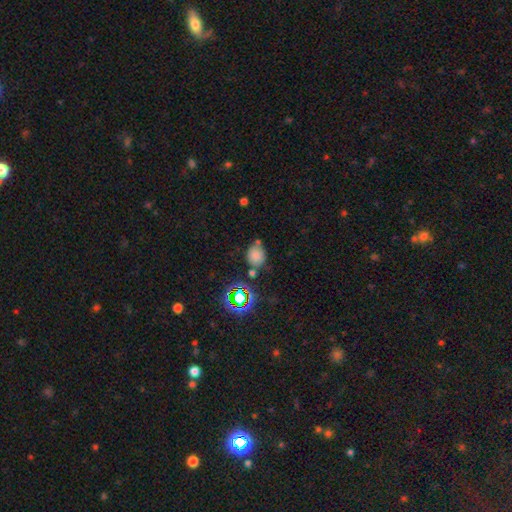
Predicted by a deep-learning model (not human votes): smooth_or_featured: smooth (p=0.71) [alt: star or artifact p=0.20]
how_rounded: round (p=0.52) [alt: in between p=0.47]
merging: none (p=0.61) [alt: minor disturbance p=0.19]